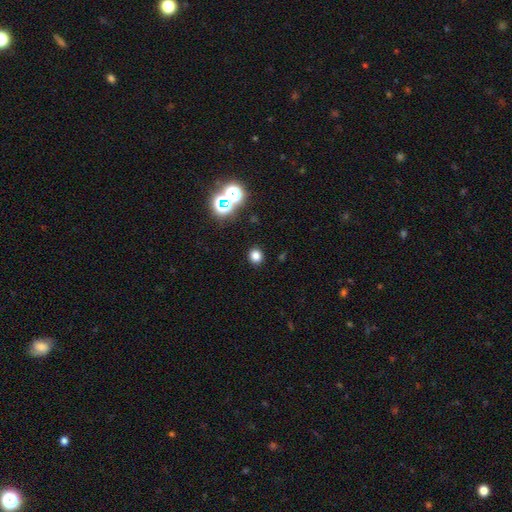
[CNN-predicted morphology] smooth 77%, star or artifact 18%, featured or disk 5%. Down the decision tree: how rounded — round (80%); merging — none (90%).